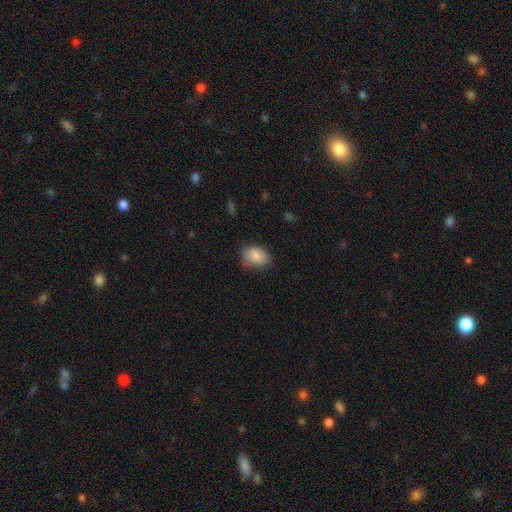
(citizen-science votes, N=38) This appears to be a smooth galaxy with no disk features (87%) that is in between round and cigar-shaped (76%). Merging: none (72%).